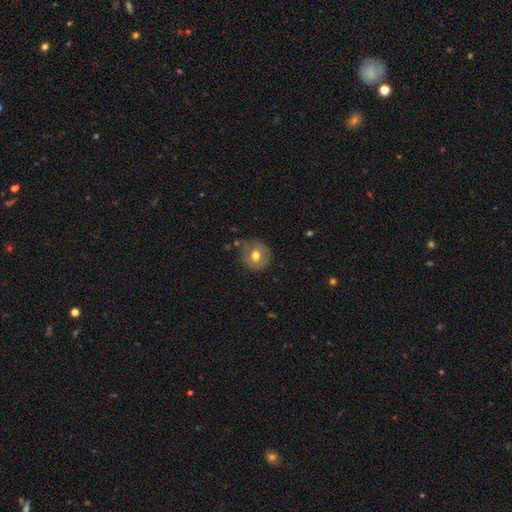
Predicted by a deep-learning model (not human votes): A smooth galaxy with no disk features (61%) that is round (82%).

Vote fractions:
- Smooth or featured? smooth: 61% / featured or disk: 31% / star or artifact: 8%
- How rounded? round: 82% / in between: 17% / cigar-shaped: 1%
- Merging? none: 70% / minor disturbance: 21% / major disturbance: 6% / merger: 3%